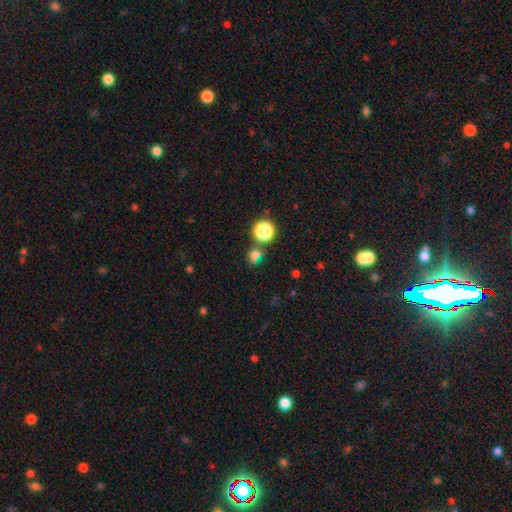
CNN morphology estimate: Overall: smooth (69%). How rounded: round (77%). Merging: none (69%).